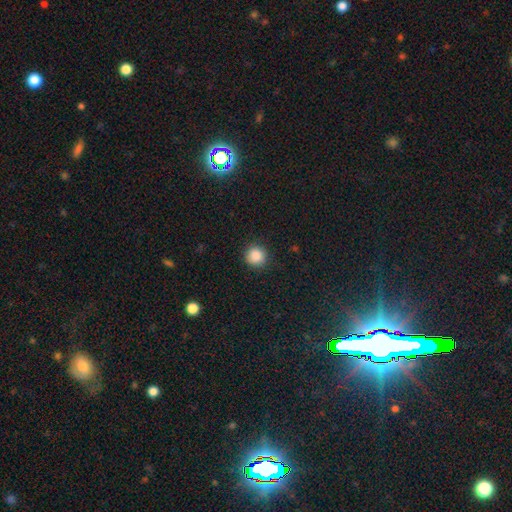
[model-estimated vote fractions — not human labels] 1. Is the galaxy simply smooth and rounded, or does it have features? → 87% smooth, 10% star or artifact, 3% featured or disk.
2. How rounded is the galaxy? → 93% round, 6% in between, 1% cigar-shaped.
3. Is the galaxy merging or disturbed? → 90% none, 7% minor disturbance, 2% major disturbance, 1% merger.